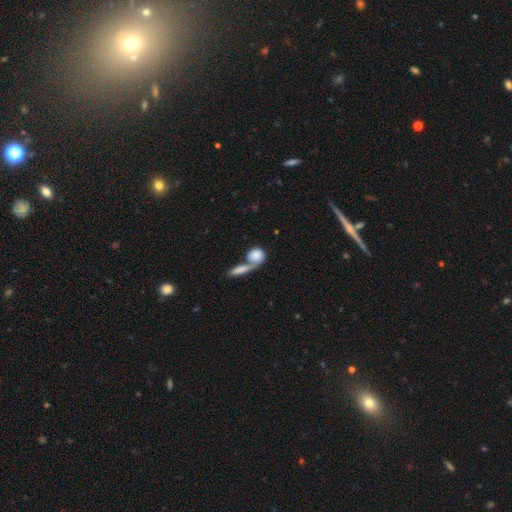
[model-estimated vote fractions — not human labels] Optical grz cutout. It shows a smooth galaxy with no disk features (79%) that is round (61%). Merging: merger (59%).